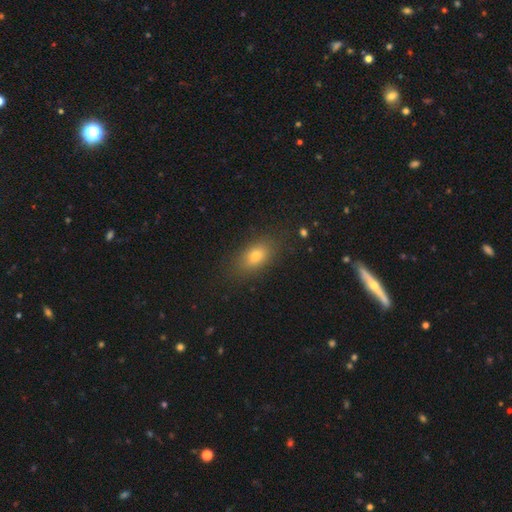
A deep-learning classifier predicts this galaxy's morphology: type=smooth (76%); roundness=in between (84%); merging=none (85%).